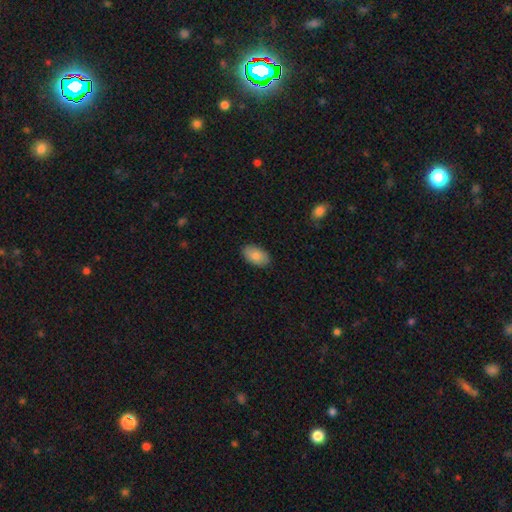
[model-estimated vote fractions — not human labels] smooth-or-featured: smooth: 83% | featured or disk: 10% | star or artifact: 7%
  how-rounded: in between: 93% | round: 5% | cigar-shaped: 1%
  merging: none: 88% | minor disturbance: 9% | major disturbance: 2% | merger: 1%